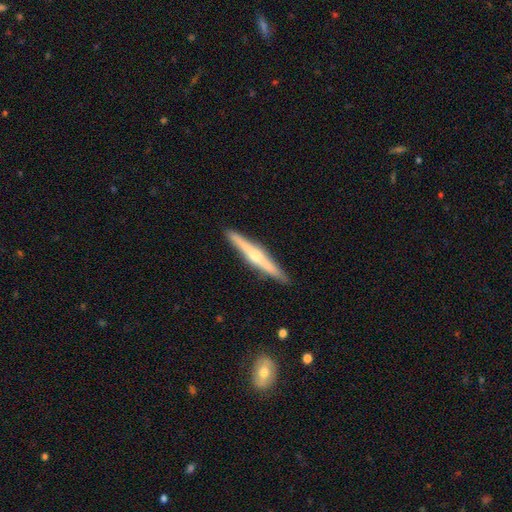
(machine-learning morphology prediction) Smooth or featured? featured or disk (69%)
Edge-on disk? yes (98%)
Edge-on bulge? rounded (83%)
Merging? none (91%)